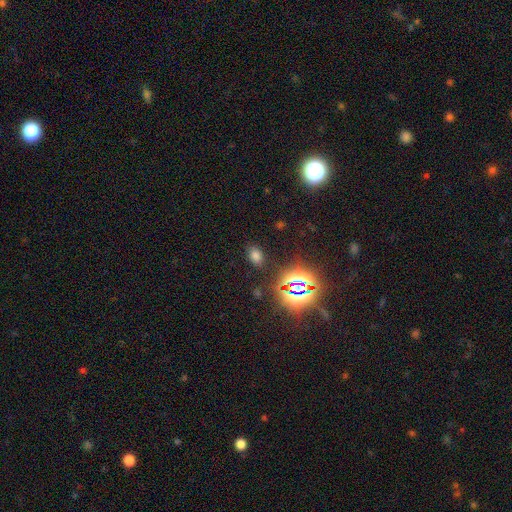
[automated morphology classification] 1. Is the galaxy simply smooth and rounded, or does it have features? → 64% smooth, 30% star or artifact, 6% featured or disk.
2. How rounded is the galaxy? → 80% in between, 18% round, 2% cigar-shaped.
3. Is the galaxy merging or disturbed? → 84% none, 10% minor disturbance, 4% major disturbance, 2% merger.